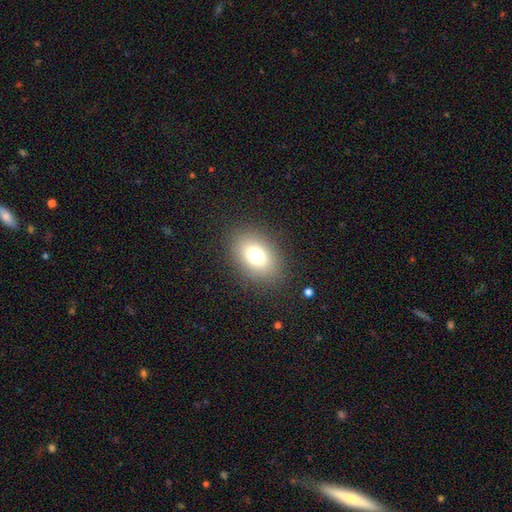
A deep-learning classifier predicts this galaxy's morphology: smooth_or_featured: smooth (p=0.77) [alt: featured or disk p=0.12]
how_rounded: in between (p=0.79) [alt: round p=0.20]
merging: none (p=0.85) [alt: minor disturbance p=0.09]